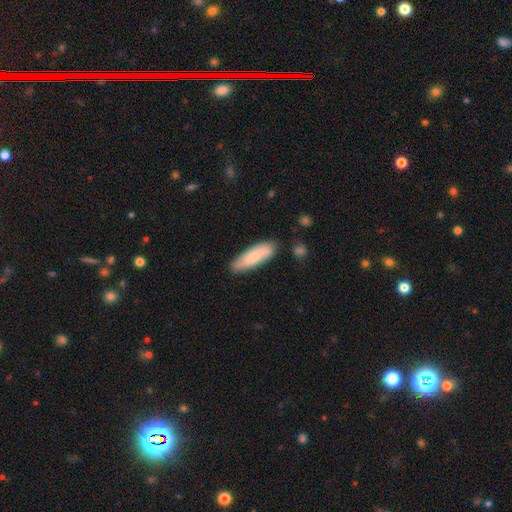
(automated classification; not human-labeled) Smooth or featured? smooth (78%)
How rounded? cigar-shaped (52%)
Merging? none (81%)